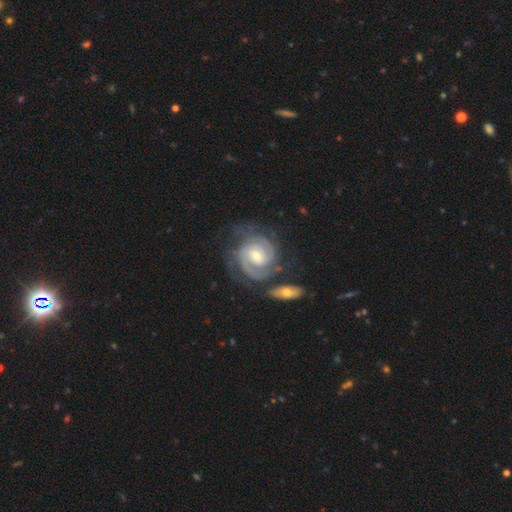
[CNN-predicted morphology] smooth_or_featured: featured or disk (p=0.89) [alt: smooth p=0.06]
disk_edge_on: no (p=0.97) [alt: yes p=0.03]
bar: no (p=0.45) [alt: weak p=0.42]
has_spiral_arms: yes (p=0.97) [alt: no p=0.03]
spiral_winding: tight (p=0.71) [alt: medium p=0.25]
spiral_arm_count: 2 (p=0.44) [alt: 3 p=0.23]
bulge_size: moderate (p=0.50) [alt: small p=0.45]
merging: none (p=0.62) [alt: minor disturbance p=0.17]